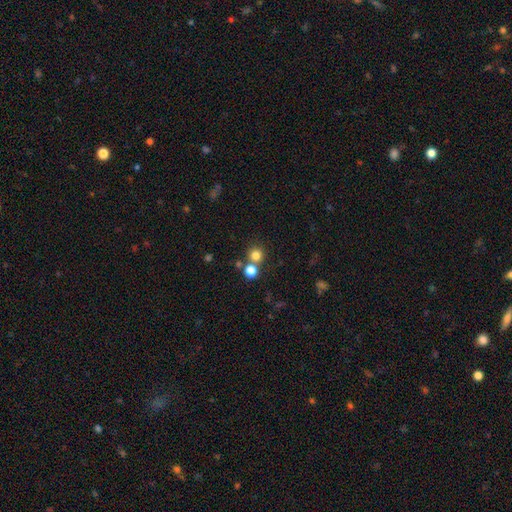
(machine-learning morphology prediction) Overall: smooth (78%). How rounded: round (92%). Merging: none (69%).